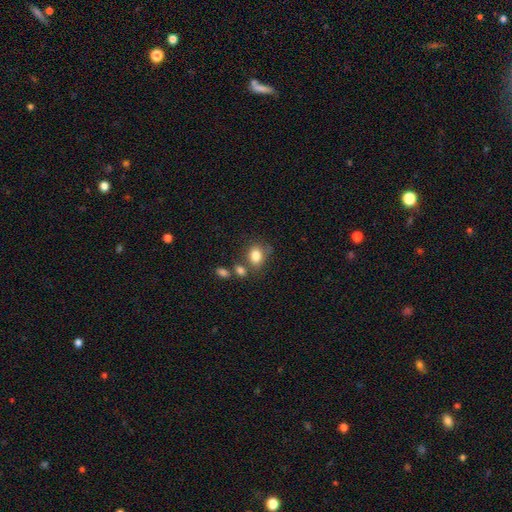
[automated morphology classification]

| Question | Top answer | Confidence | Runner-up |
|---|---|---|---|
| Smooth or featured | smooth | 82% | star or artifact (10%) |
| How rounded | in between | 57% | round (42%) |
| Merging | none | 61% | merger (17%) |